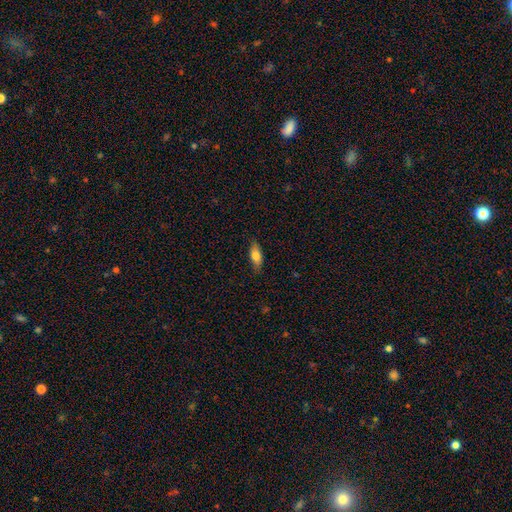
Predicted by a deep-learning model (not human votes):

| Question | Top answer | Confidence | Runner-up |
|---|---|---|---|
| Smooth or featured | smooth | 78% | featured or disk (15%) |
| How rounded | in between | 78% | cigar-shaped (20%) |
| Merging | none | 83% | minor disturbance (13%) |